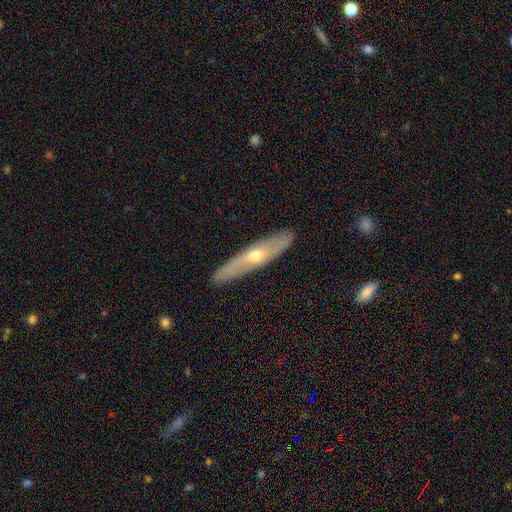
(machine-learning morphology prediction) This is possibly a featured or disk galaxy (56%). It is possibly viewed edge-on (60%). Merging: clearly none (88%).